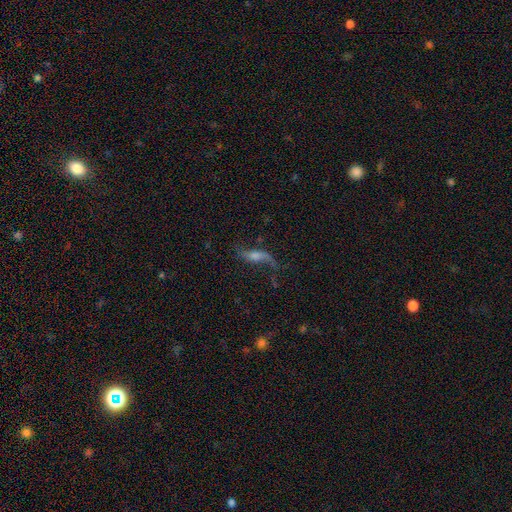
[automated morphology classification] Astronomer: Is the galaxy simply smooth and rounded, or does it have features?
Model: featured or disk — 72%.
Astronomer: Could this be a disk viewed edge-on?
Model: no — 78%.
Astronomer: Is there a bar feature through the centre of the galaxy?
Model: no — 54% (runner-up: weak, 31%).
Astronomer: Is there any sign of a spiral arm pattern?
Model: yes — 90%.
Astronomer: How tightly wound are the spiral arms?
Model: loose — 92%.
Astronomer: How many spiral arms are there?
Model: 2 — 83%.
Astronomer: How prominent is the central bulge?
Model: moderate — 39% (runner-up: small, 36%).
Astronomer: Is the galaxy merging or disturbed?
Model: none — 57%.